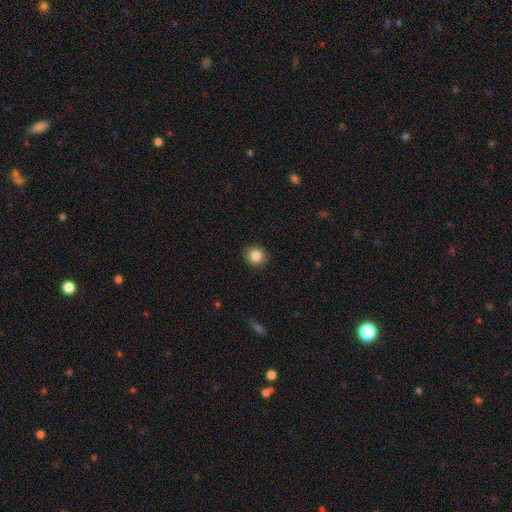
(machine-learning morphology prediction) Smooth or featured: smooth — 85% (star or artifact — 10%)
How rounded: round — 89% (in between — 10%)
Merging: none — 91% (minor disturbance — 6%)